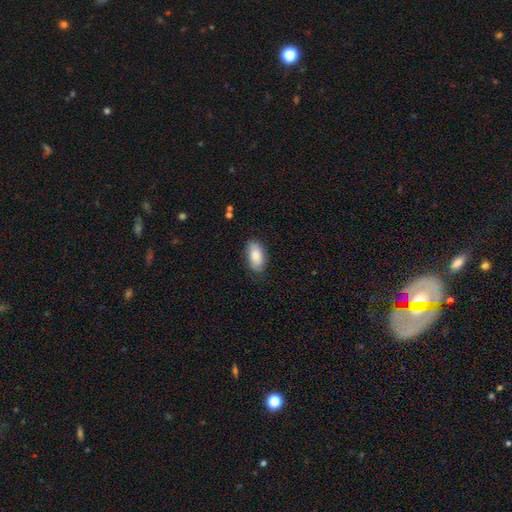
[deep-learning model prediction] Smooth or featured? Predicted: smooth (p=0.83). How rounded? Predicted: in between (p=0.93). Merging? Predicted: none (p=0.80).